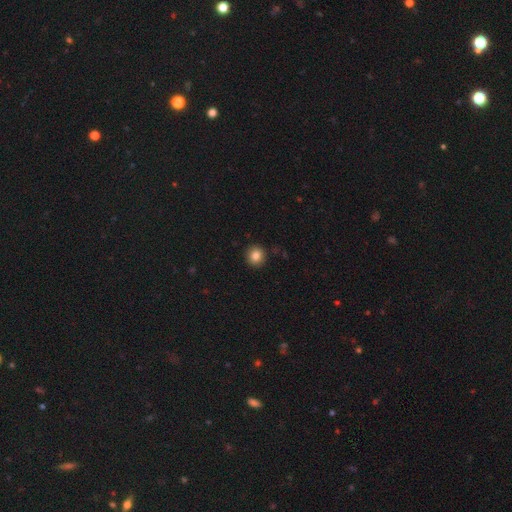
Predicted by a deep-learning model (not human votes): Smooth or featured?
  - smooth: 84% *
  - star or artifact: 10%
  - featured or disk: 6%
How rounded?
  - round: 91% *
  - in between: 8%
  - cigar-shaped: 1%
Merging?
  - none: 91% *
  - minor disturbance: 6%
  - major disturbance: 2%
  - merger: 1%